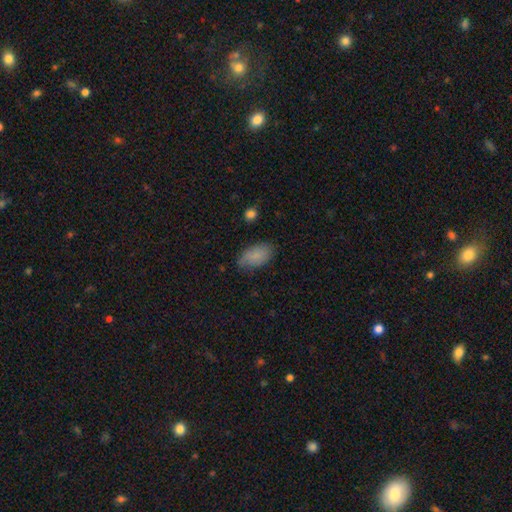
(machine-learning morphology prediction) Smooth or featured? Predicted: smooth (p=0.80). How rounded? Predicted: in between (p=0.93). Merging? Predicted: none (p=0.73).